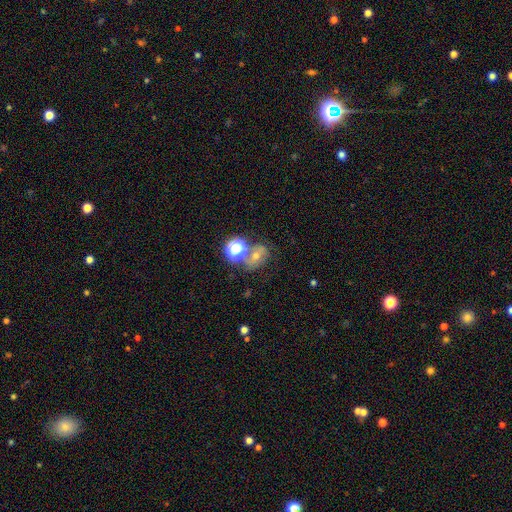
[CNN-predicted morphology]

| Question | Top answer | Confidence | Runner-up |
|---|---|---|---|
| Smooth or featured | star or artifact | 35% | featured or disk (32%) |